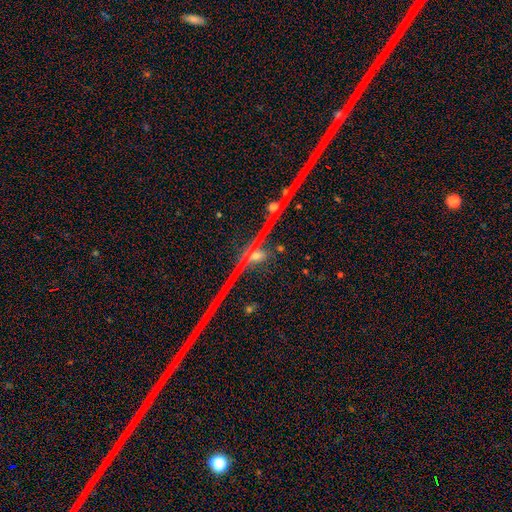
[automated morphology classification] Overall: star or artifact (52%; featured or disk 40%).